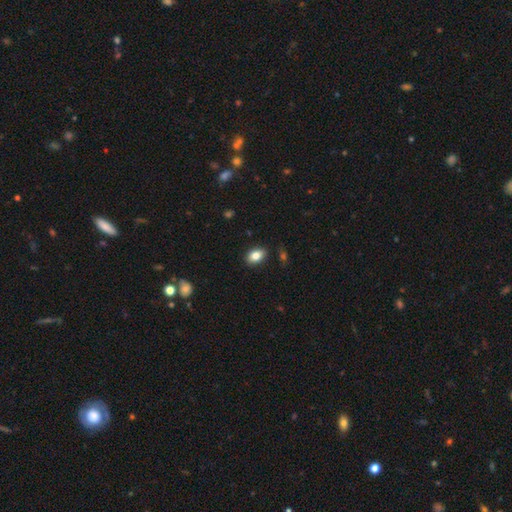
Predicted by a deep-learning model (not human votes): The model was most divided on "how rounded": in between: 87%, round: 12%, cigar-shaped: 2%. More confident: merging — none (87%); smooth or featured — smooth (84%).